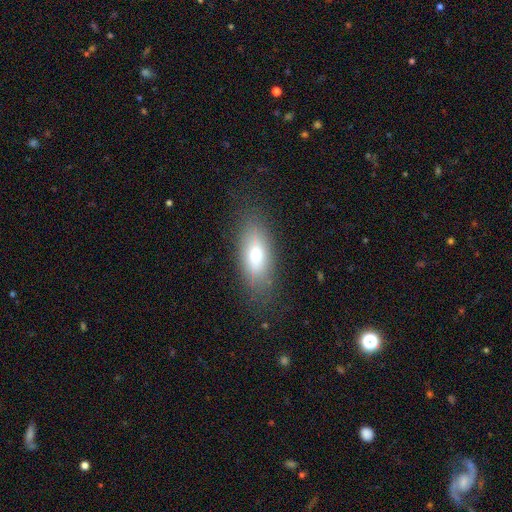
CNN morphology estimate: Smooth or featured? Predicted: smooth (p=0.64). How rounded? Predicted: in between (p=0.78). Merging? Predicted: none (p=0.80).